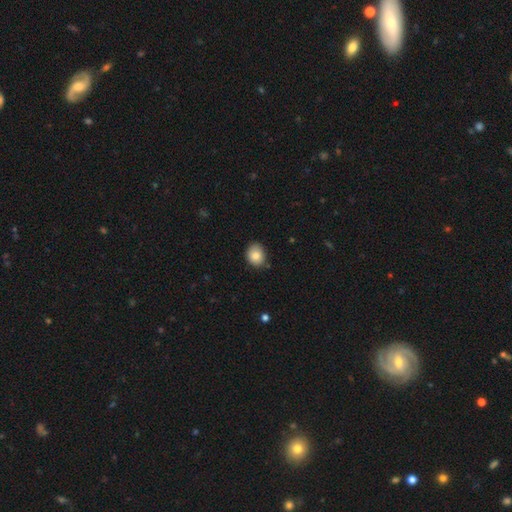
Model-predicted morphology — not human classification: This appears to be a smooth galaxy with no disk features (83%) that is round (60%). Merging: none (79%).